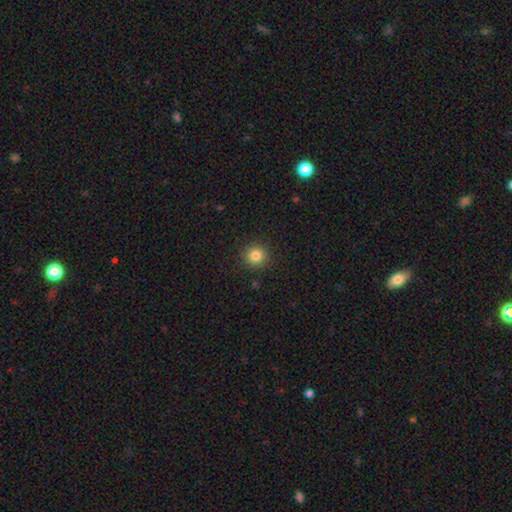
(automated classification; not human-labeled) Smooth or featured: smooth — 84% (star or artifact — 11%)
How rounded: round — 94% (in between — 5%)
Merging: none — 91% (minor disturbance — 6%)